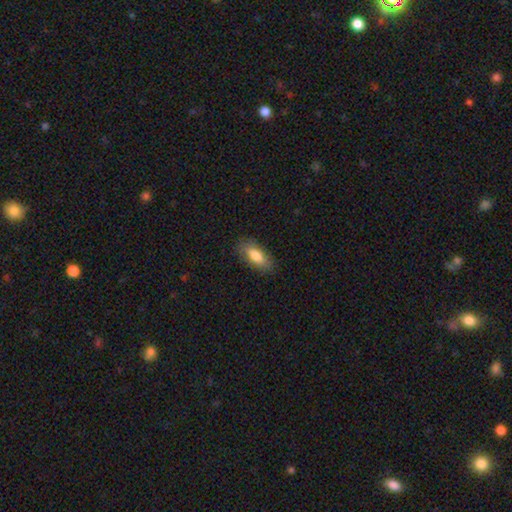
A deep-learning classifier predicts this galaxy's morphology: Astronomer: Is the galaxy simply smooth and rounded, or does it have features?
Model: smooth — 78%.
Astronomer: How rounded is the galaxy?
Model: in between — 79%.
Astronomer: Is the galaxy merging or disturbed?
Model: none — 83%.